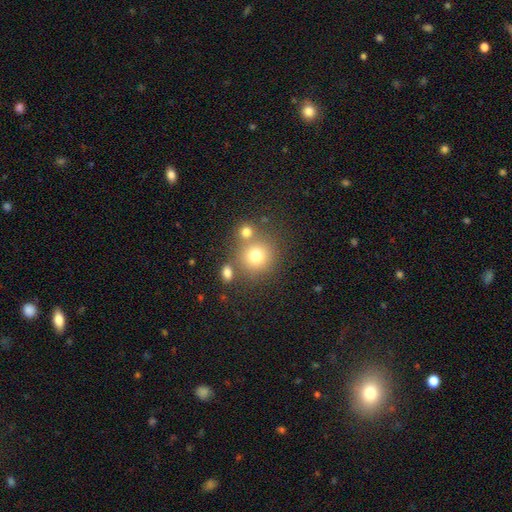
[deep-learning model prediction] Smooth or featured? smooth (74%)
How rounded? round (89%)
Merging? none (64%)